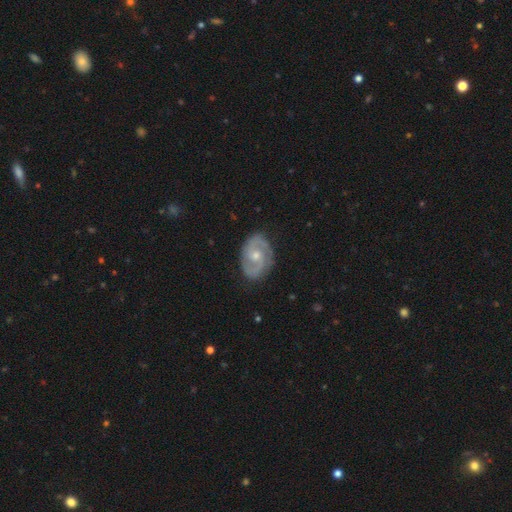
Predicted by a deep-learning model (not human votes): featured or disk 84%, smooth 11%, star or artifact 5%. Down the decision tree: edge-on disk — no (97%); bar — no (56%); spiral arms — yes (95%); spiral arm count — 2 (88%); spiral winding — medium (48%); bulge size — moderate (57%); merging — none (83%).